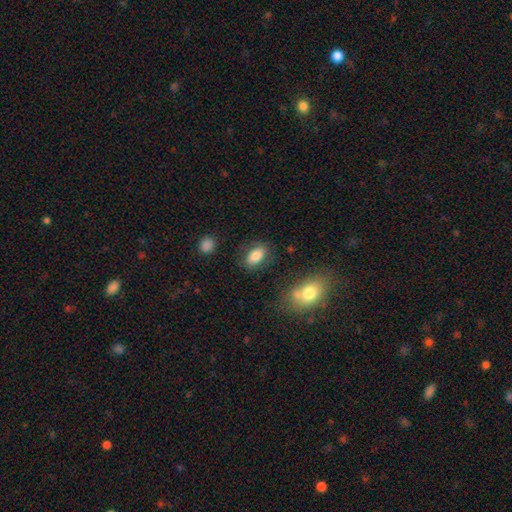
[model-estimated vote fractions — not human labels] Smooth or featured: smooth — 83% (featured or disk — 9%)
How rounded: in between — 91% (round — 7%)
Merging: none — 78% (minor disturbance — 14%)